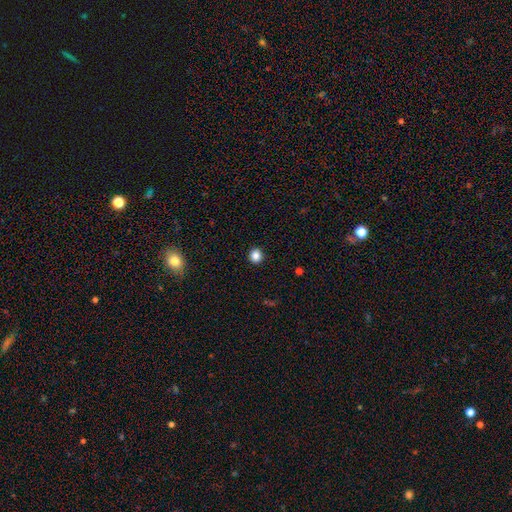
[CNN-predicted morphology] smooth-or-featured: smooth: 86% | star or artifact: 11% | featured or disk: 3%
  how-rounded: round: 88% | in between: 11% | cigar-shaped: 1%
  merging: none: 93% | minor disturbance: 5% | major disturbance: 2% | merger: 1%